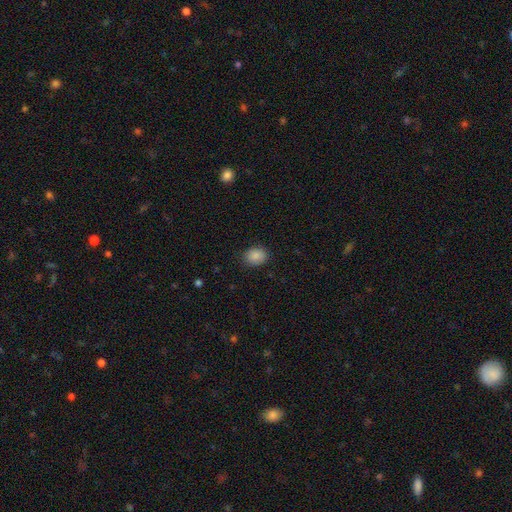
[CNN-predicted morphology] smooth_or_featured: smooth (p=0.87) [alt: star or artifact p=0.09]
how_rounded: round (p=0.56) [alt: in between p=0.43]
merging: none (p=0.86) [alt: minor disturbance p=0.10]